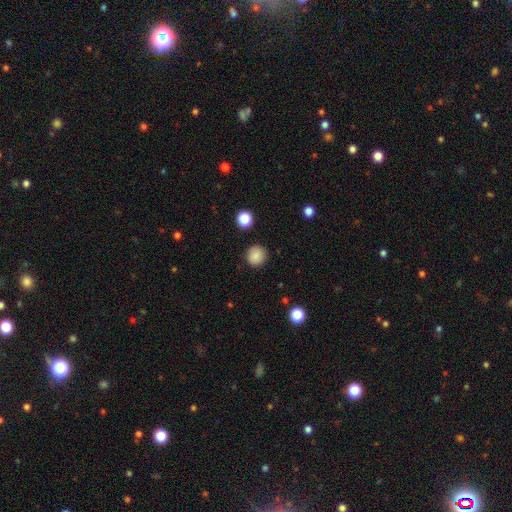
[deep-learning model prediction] Smooth or featured: smooth — 86% (star or artifact — 10%)
How rounded: round — 93% (in between — 6%)
Merging: none — 90% (minor disturbance — 7%)